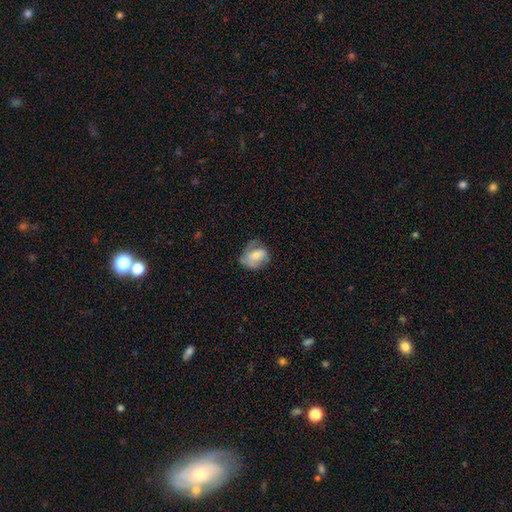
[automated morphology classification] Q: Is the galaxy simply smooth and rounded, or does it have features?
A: smooth — 59%.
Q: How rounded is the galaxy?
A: in between — 54%.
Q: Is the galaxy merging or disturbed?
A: none — 44%.